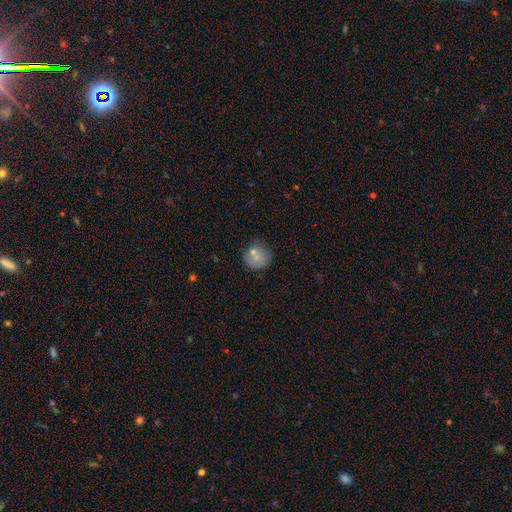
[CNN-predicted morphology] Smooth or featured?
  - smooth: 72% *
  - featured or disk: 18%
  - star or artifact: 10%
How rounded?
  - round: 91% *
  - in between: 8%
  - cigar-shaped: 1%
Merging?
  - none: 67% *
  - merger: 16%
  - minor disturbance: 13%
  - major disturbance: 4%